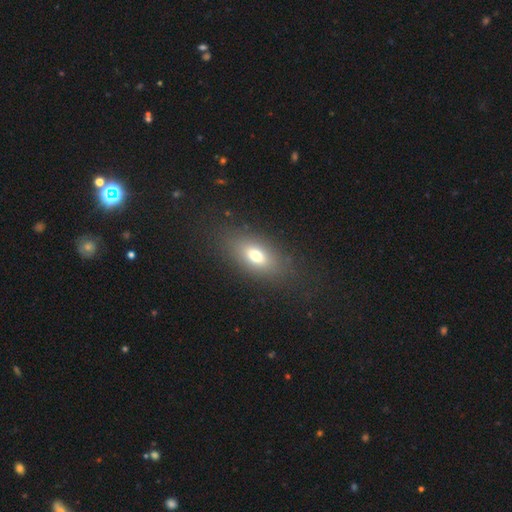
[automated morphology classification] type=smooth (70%); roundness=in between (82%); merging=none (82%).